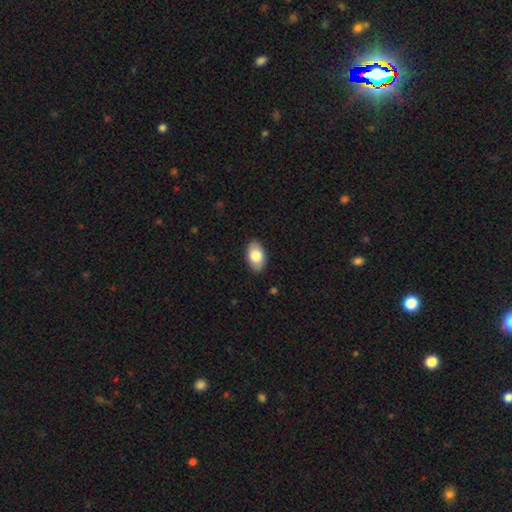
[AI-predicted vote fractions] A smooth galaxy with no disk features (81%) that is in between round and cigar-shaped (92%).

Vote fractions:
- Smooth or featured? smooth: 81% / featured or disk: 13% / star or artifact: 6%
- How rounded? in between: 92% / round: 7% / cigar-shaped: 1%
- Merging? none: 87% / minor disturbance: 10% / major disturbance: 2% / merger: 1%